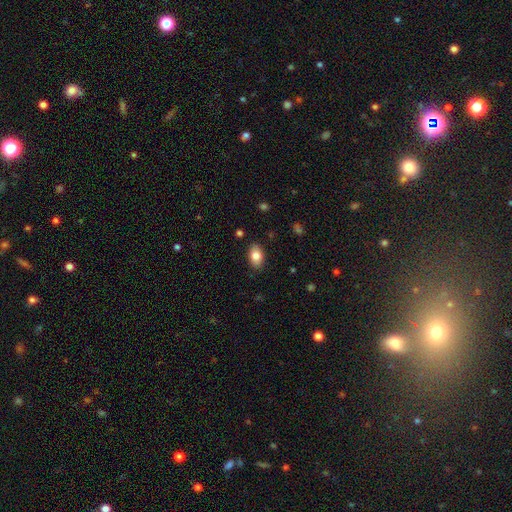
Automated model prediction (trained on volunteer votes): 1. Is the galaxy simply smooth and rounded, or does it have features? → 83% smooth, 9% featured or disk, 8% star or artifact.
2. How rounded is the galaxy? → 90% in between, 9% round, 2% cigar-shaped.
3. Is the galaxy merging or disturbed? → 87% none, 10% minor disturbance, 2% major disturbance, 1% merger.